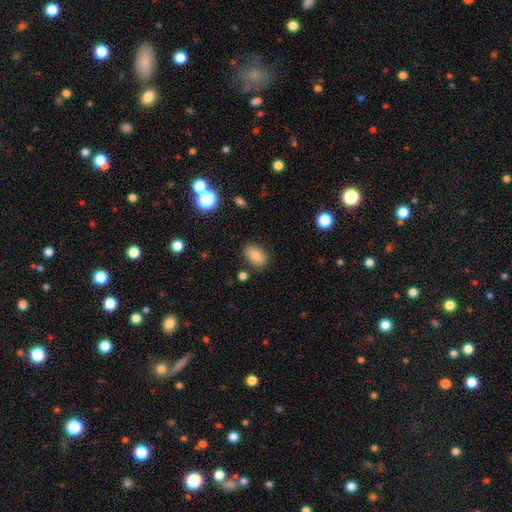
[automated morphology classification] Q: Smooth or featured?
A: smooth (81%); runner-up: featured or disk (10%)
Q: How rounded?
A: in between (86%); runner-up: round (13%)
Q: Merging?
A: none (79%); runner-up: minor disturbance (15%)